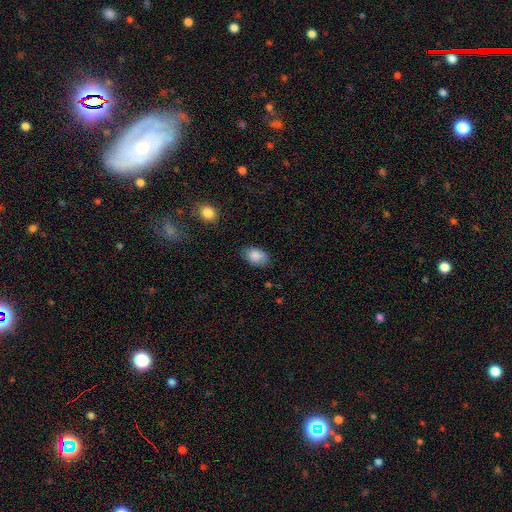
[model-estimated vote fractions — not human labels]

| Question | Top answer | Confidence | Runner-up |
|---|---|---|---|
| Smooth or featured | smooth | 85% | star or artifact (8%) |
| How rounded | in between | 87% | round (12%) |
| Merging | none | 76% | minor disturbance (19%) |